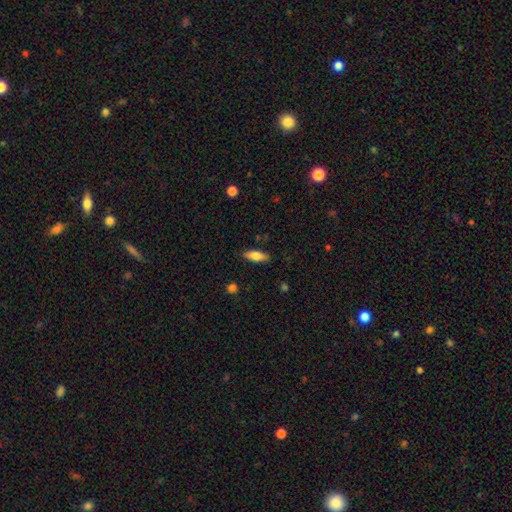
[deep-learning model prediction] smooth-or-featured: smooth: 80% | featured or disk: 14% | star or artifact: 6%
  how-rounded: in between: 71% | cigar-shaped: 26% | round: 2%
  merging: none: 85% | minor disturbance: 11% | major disturbance: 2% | merger: 1%